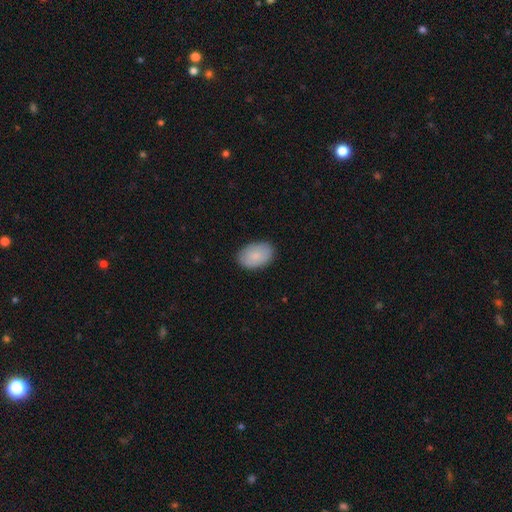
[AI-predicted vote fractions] A smooth galaxy with no disk features (84%) that is in between round and cigar-shaped (85%).

Vote fractions:
- Smooth or featured? smooth: 84% / featured or disk: 10% / star or artifact: 6%
- How rounded? in between: 85% / round: 14% / cigar-shaped: 1%
- Merging? none: 86% / minor disturbance: 11% / major disturbance: 2% / merger: 1%